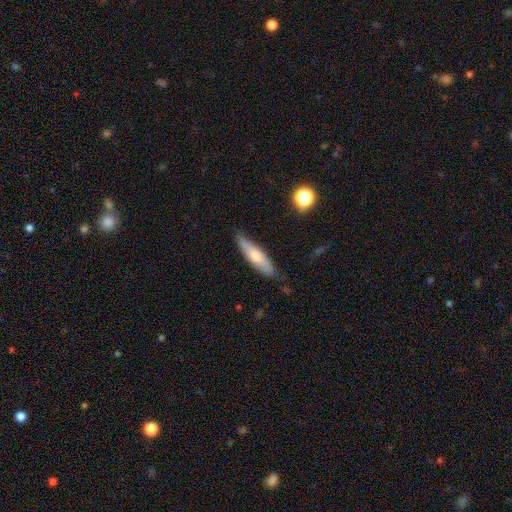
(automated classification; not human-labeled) This is likely a smooth galaxy (68%). How rounded: likely cigar-shaped (70%). Merging: likely none (79%).